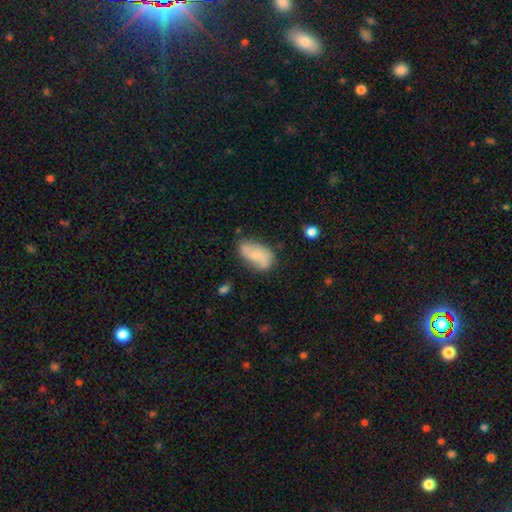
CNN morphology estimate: This is possibly a smooth galaxy (58%). How rounded: clearly in between (91%). Merging: likely none (61%).